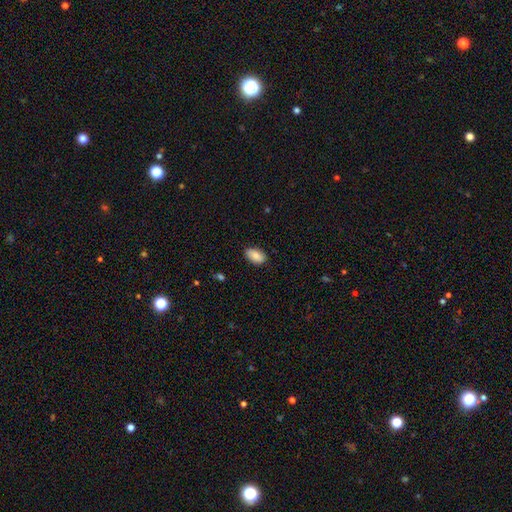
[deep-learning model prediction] Q: Smooth or featured?
A: smooth (84%); runner-up: featured or disk (9%)
Q: How rounded?
A: in between (93%); runner-up: round (4%)
Q: Merging?
A: none (83%); runner-up: minor disturbance (14%)